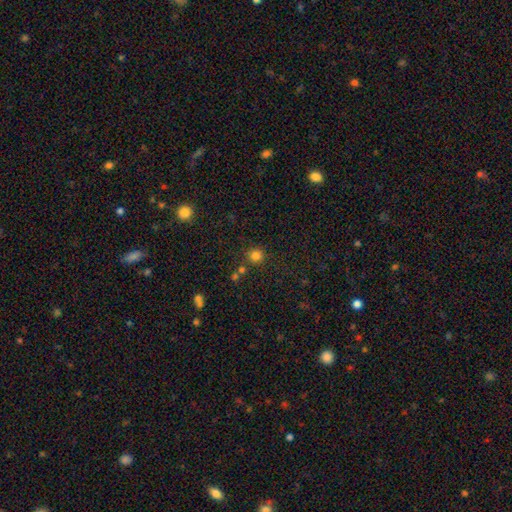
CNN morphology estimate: smooth-or-featured: smooth: 79% | star or artifact: 16% | featured or disk: 5%
  how-rounded: round: 92% | in between: 7% | cigar-shaped: 1%
  merging: none: 78% | merger: 9% | minor disturbance: 9% | major disturbance: 3%